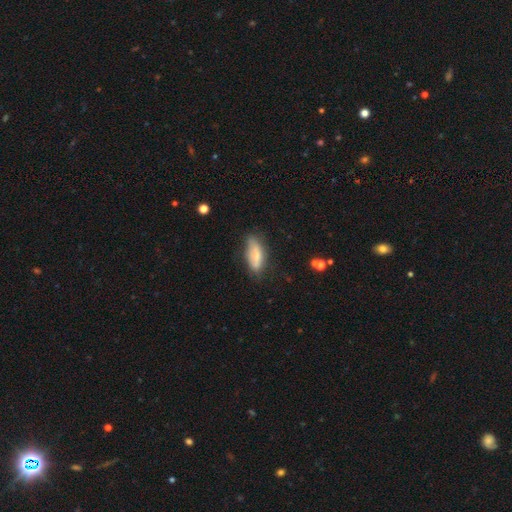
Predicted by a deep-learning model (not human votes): smooth 69%, featured or disk 24%, star or artifact 7%. Down the decision tree: how rounded — in between (70%); merging — none (62%).